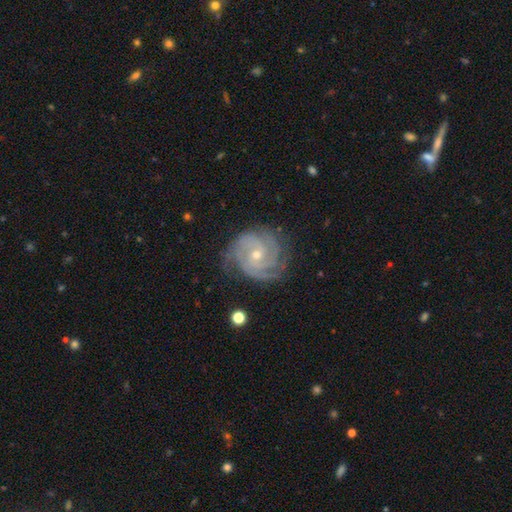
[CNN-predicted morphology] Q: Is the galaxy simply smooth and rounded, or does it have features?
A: featured or disk — 90%.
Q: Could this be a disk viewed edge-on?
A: no — 98%.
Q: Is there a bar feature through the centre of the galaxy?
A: no — 67%.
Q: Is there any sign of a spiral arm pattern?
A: yes — 98%.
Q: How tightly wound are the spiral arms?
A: tight — 72%.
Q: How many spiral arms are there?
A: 3 — 39%.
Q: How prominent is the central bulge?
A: small — 63%.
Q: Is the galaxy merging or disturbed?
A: none — 77%.